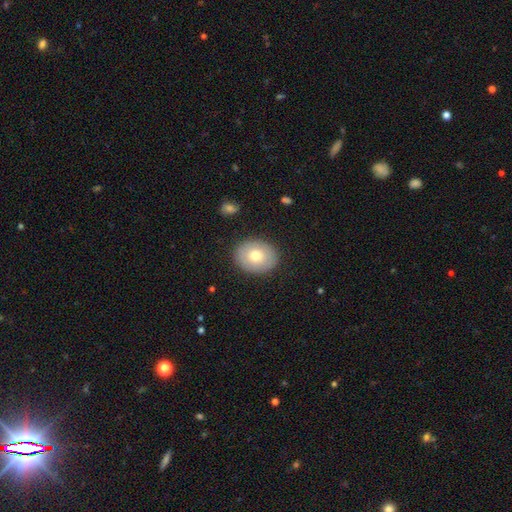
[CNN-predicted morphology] A smooth galaxy with no disk features (70%) that is in between round and cigar-shaped (51%).

Vote fractions:
- Smooth or featured? smooth: 70% / featured or disk: 22% / star or artifact: 8%
- How rounded? in between: 51% / round: 48% / cigar-shaped: 1%
- Merging? none: 88% / minor disturbance: 8% / major disturbance: 3% / merger: 1%